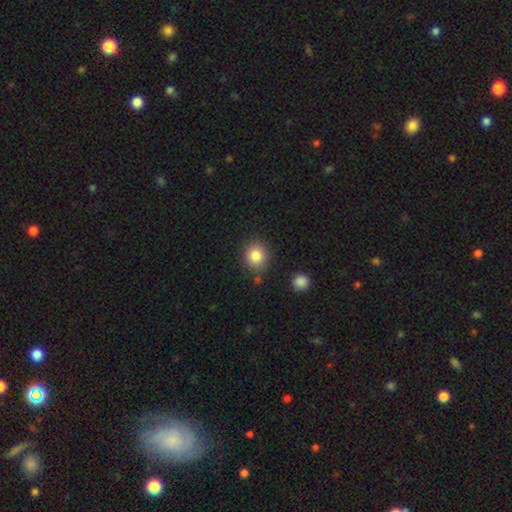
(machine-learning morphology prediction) Smooth or featured?
  - smooth: 85% *
  - star or artifact: 9%
  - featured or disk: 6%
How rounded?
  - round: 85% *
  - in between: 14%
  - cigar-shaped: 1%
Merging?
  - none: 83% *
  - minor disturbance: 9%
  - merger: 4%
  - major disturbance: 3%